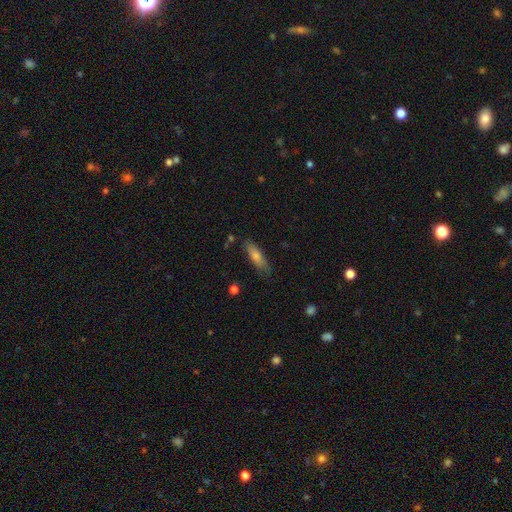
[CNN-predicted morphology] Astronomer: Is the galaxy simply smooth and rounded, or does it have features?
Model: smooth — 66%.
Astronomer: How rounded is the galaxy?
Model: cigar-shaped — 64%.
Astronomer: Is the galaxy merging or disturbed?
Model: none — 80%.